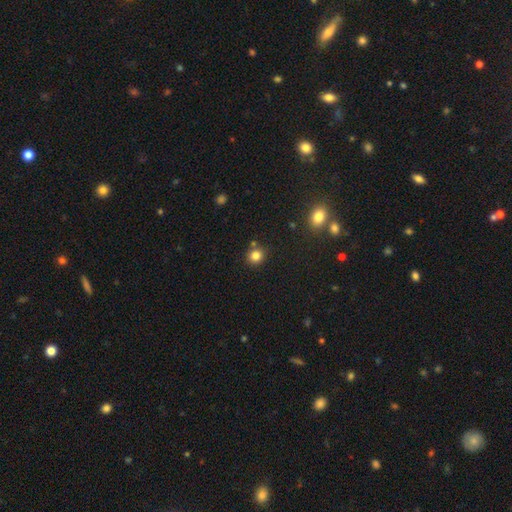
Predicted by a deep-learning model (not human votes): Q: Smooth or featured?
A: smooth (81%); runner-up: star or artifact (13%)
Q: How rounded?
A: round (89%); runner-up: in between (10%)
Q: Merging?
A: none (80%); runner-up: merger (9%)